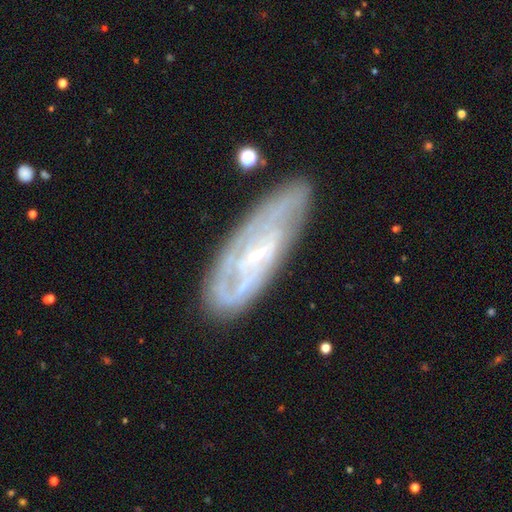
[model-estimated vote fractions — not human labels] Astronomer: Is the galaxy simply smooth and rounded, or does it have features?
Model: featured or disk — 73%.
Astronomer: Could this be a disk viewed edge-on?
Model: no — 80%.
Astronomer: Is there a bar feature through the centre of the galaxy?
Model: no — 43% (runner-up: weak, 39%).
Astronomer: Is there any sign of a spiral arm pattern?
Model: yes — 76%.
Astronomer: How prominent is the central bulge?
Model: small — 73%.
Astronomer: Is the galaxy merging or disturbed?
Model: none — 69%.